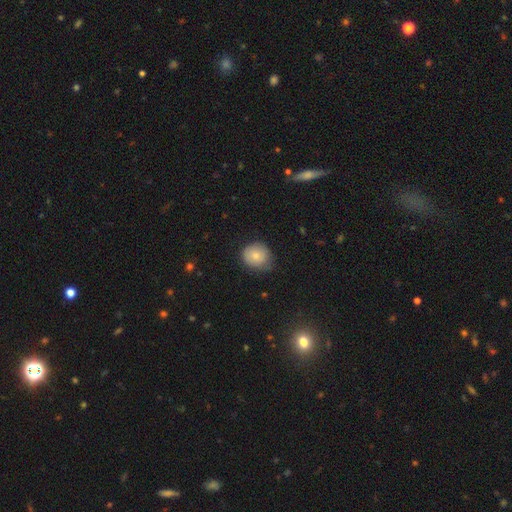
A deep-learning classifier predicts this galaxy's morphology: A smooth galaxy with no disk features (77%) that is round (76%).

Vote fractions:
- Smooth or featured? smooth: 77% / featured or disk: 14% / star or artifact: 8%
- How rounded? round: 76% / in between: 23% / cigar-shaped: 1%
- Merging? none: 66% / minor disturbance: 27% / major disturbance: 6% / merger: 1%